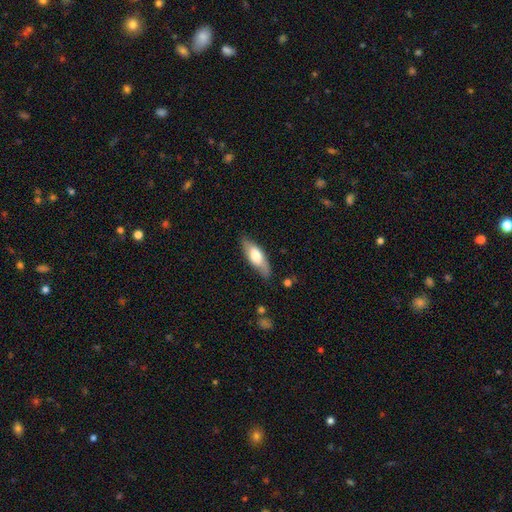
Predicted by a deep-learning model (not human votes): Smooth or featured? smooth (61%)
How rounded? in between (65%)
Merging? none (77%)